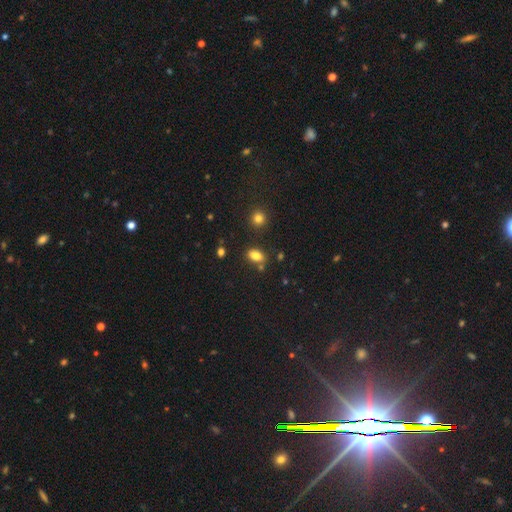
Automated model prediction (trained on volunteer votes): Smooth or featured: smooth — 83% (star or artifact — 11%)
How rounded: in between — 86% (round — 10%)
Merging: none — 75% (minor disturbance — 13%)